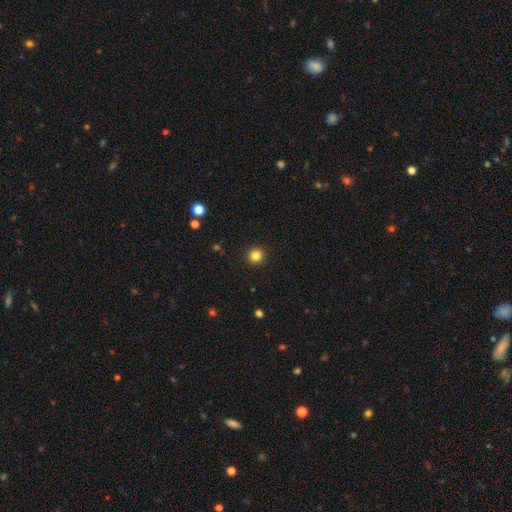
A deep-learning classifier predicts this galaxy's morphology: A smooth galaxy with no disk features (83%) that is round (95%). Merging: none (93%).